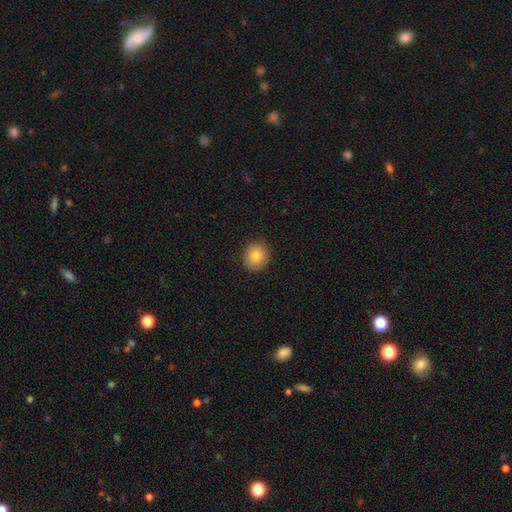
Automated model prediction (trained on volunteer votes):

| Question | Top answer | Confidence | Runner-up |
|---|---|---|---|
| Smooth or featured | smooth | 82% | star or artifact (9%) |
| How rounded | round | 81% | in between (18%) |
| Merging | none | 89% | minor disturbance (8%) |